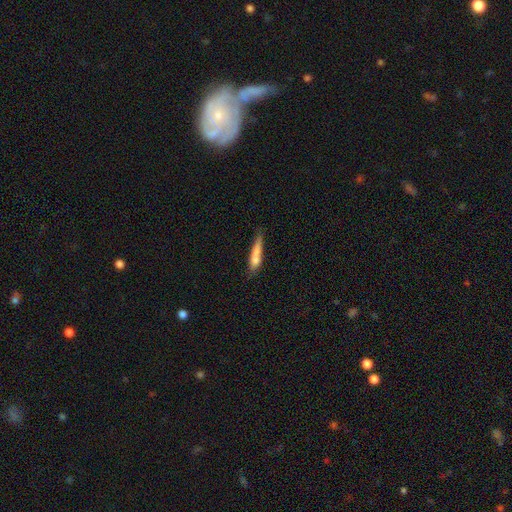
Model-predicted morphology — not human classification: Smooth or featured? Predicted: smooth (p=0.67). How rounded? Predicted: cigar-shaped (p=0.84). Merging? Predicted: none (p=0.48).